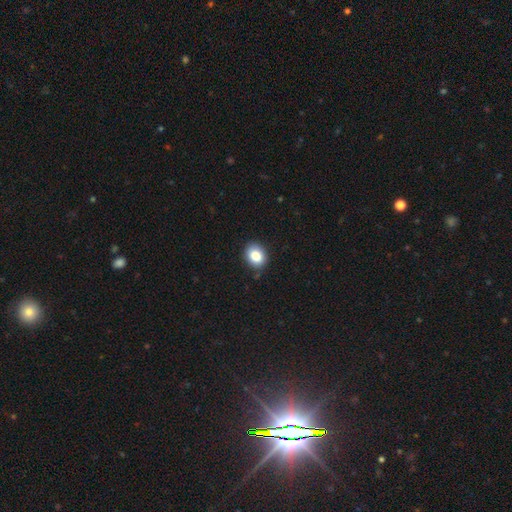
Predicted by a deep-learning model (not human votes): Smooth or featured? smooth (85%)
How rounded? in between (53%)
Merging? none (85%)